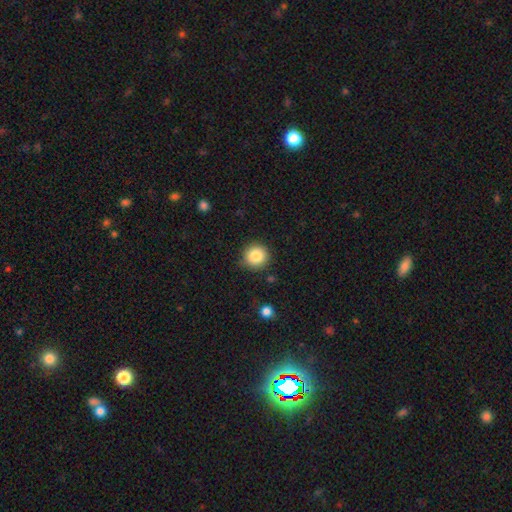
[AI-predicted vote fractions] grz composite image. It shows a smooth galaxy with no disk features (84%) that is round (94%). Merging: none (85%).